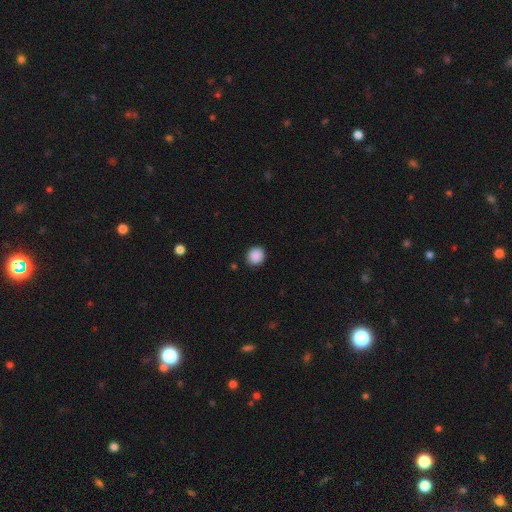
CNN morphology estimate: Smooth or featured?
  - smooth: 89% *
  - star or artifact: 9%
  - featured or disk: 2%
How rounded?
  - round: 84% *
  - in between: 15%
  - cigar-shaped: 1%
Merging?
  - none: 91% *
  - minor disturbance: 6%
  - major disturbance: 2%
  - merger: 1%